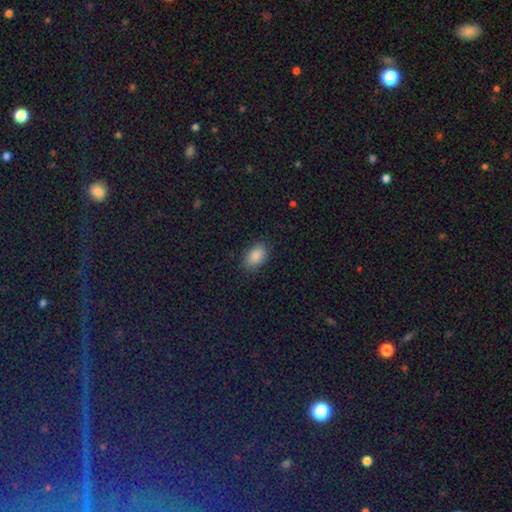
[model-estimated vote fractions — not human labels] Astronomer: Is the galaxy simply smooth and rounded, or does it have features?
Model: smooth — 88%.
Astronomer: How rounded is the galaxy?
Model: in between — 89%.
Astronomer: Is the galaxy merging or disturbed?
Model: none — 86%.